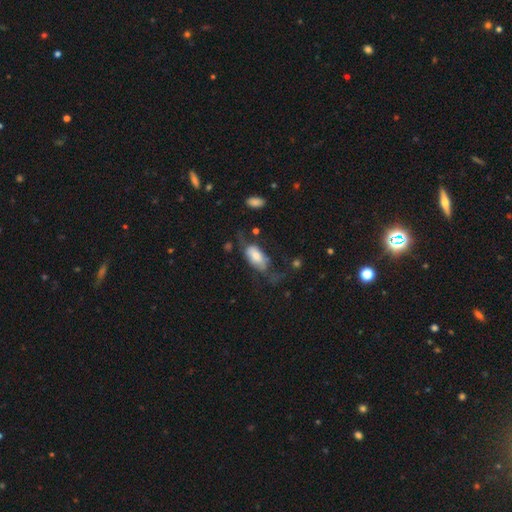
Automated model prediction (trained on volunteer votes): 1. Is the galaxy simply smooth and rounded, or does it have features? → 61% smooth, 32% featured or disk, 7% star or artifact.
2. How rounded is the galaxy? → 90% in between, 7% cigar-shaped, 4% round.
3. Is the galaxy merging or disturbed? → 40% major disturbance, 32% none, 24% minor disturbance, 4% merger.